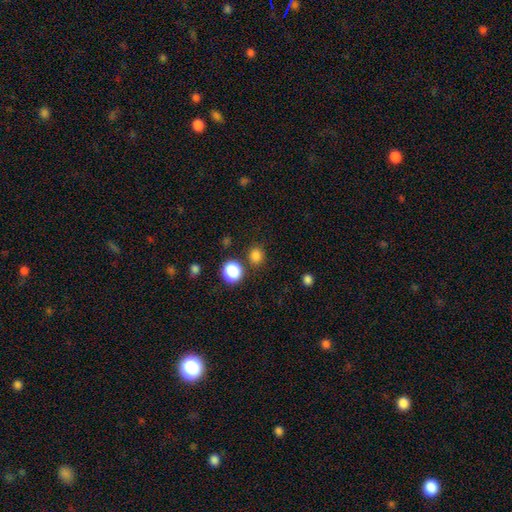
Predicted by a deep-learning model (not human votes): smooth 82%, star or artifact 14%, featured or disk 4%. Down the decision tree: how rounded — round (80%); merging — none (79%).